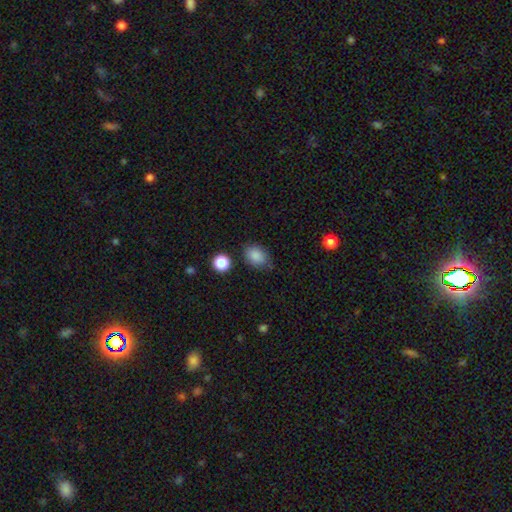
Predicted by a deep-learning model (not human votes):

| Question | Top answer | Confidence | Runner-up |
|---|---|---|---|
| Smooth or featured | smooth | 86% | star or artifact (9%) |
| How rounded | in between | 72% | round (27%) |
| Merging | none | 73% | minor disturbance (20%) |